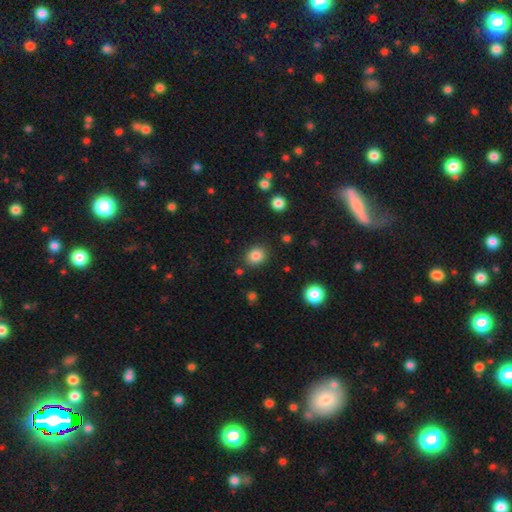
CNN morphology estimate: This appears to be a smooth galaxy with no disk features (84%) that is round (67%). Merging: none (86%).